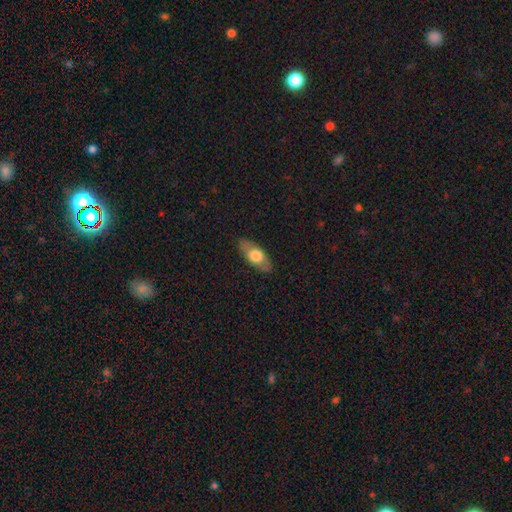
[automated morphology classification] This is likely a smooth galaxy (61%). How rounded: clearly in between (84%). Merging: clearly none (84%).